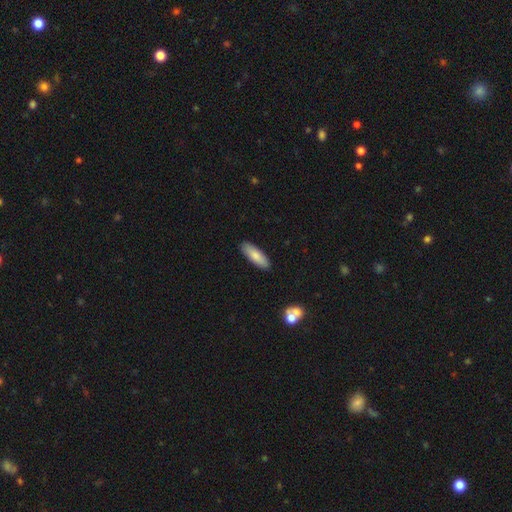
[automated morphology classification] Smooth or featured: smooth — 82% (featured or disk — 12%)
How rounded: in between — 55% (cigar-shaped — 44%)
Merging: none — 89% (minor disturbance — 8%)